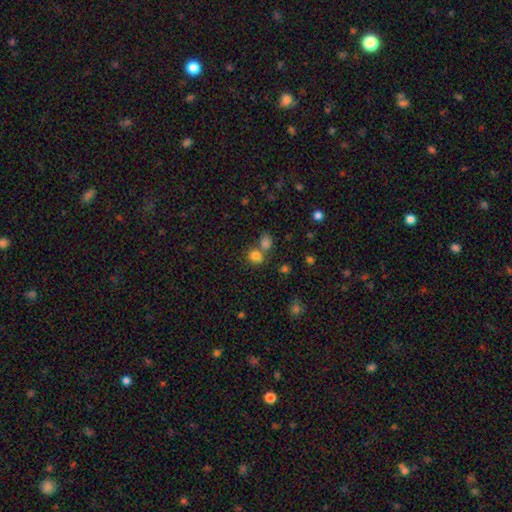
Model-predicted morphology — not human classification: type=smooth (80%); roundness=round (64%); merging=none (51%).